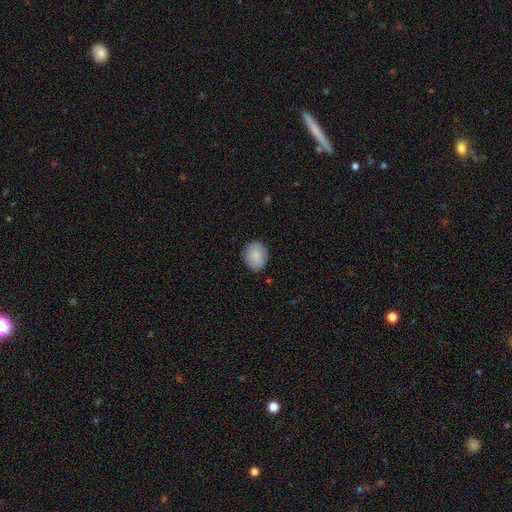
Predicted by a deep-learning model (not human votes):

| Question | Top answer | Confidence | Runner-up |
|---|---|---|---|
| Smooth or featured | smooth | 86% | featured or disk (7%) |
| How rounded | round | 56% | in between (43%) |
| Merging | none | 86% | minor disturbance (11%) |